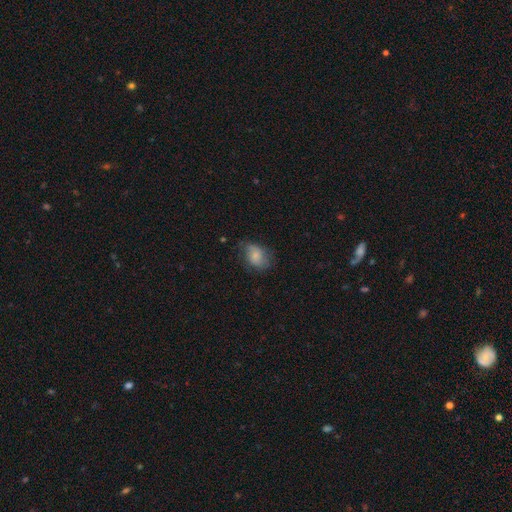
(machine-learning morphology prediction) A smooth galaxy with no disk features (69%) that is in between round and cigar-shaped (75%). Merging: none (58%).